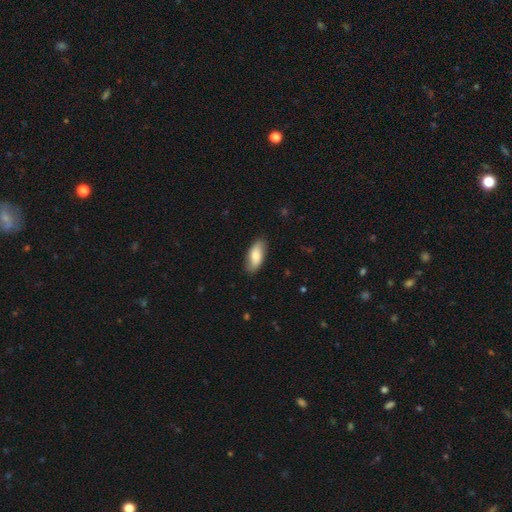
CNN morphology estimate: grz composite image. It shows a smooth galaxy with no disk features (76%) that is in between round and cigar-shaped (85%). Merging: none (84%).